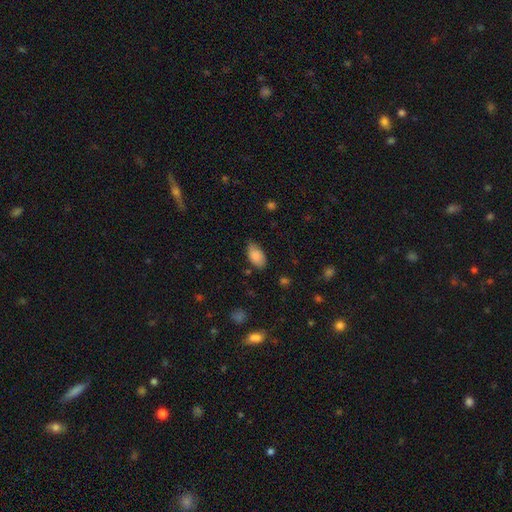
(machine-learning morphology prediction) Smooth or featured? Predicted: smooth (p=0.87). How rounded? Predicted: in between (p=0.94). Merging? Predicted: none (p=0.72).